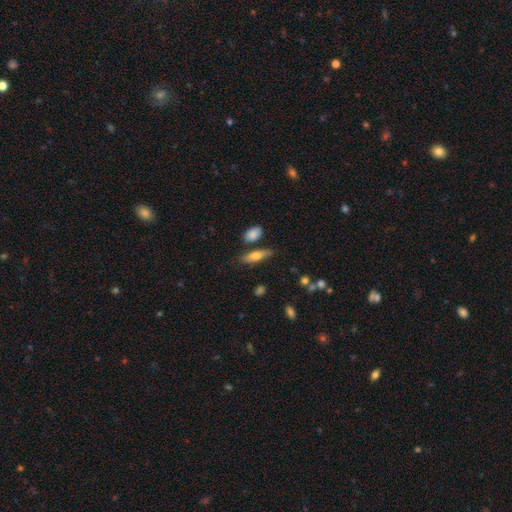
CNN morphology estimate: smooth 69%, featured or disk 25%, star or artifact 7%. Down the decision tree: how rounded — cigar-shaped (51%); merging — none (73%).